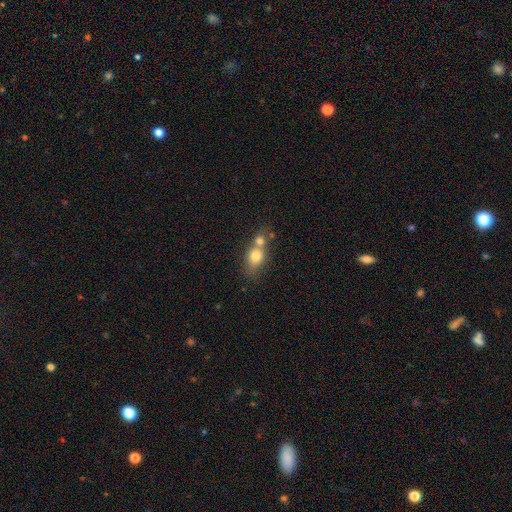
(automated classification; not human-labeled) A smooth galaxy with no disk features (74%) that is in between round and cigar-shaped (53%).

Vote fractions:
- Smooth or featured? smooth: 74% / featured or disk: 16% / star or artifact: 9%
- How rounded? in between: 53% / round: 44% / cigar-shaped: 4%
- Merging? merger: 57% / none: 28% / minor disturbance: 9% / major disturbance: 5%